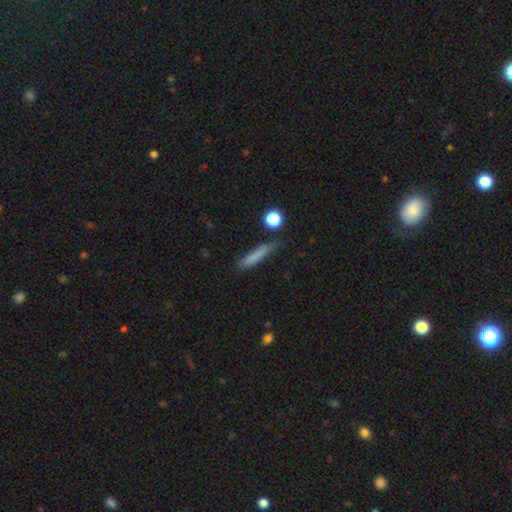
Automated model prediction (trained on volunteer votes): Smooth or featured? smooth (77%)
How rounded? cigar-shaped (90%)
Merging? none (79%)